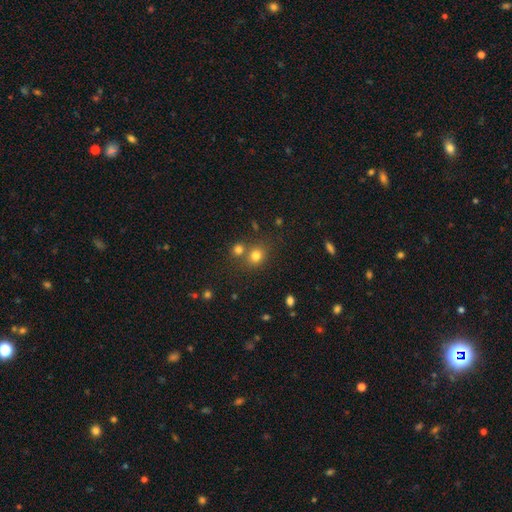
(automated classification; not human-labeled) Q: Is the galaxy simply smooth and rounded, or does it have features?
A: smooth — 78%.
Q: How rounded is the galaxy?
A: round — 72%.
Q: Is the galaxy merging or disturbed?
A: none — 60%.